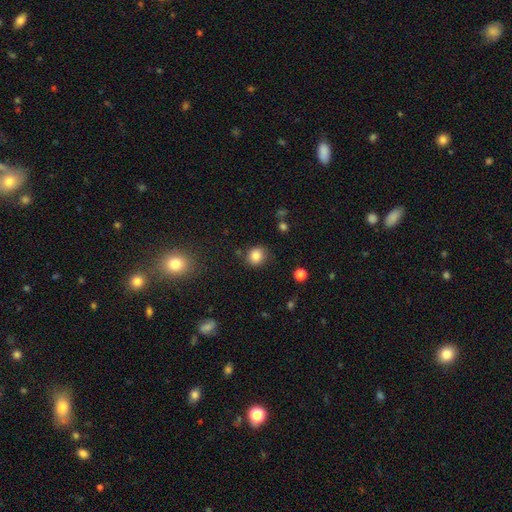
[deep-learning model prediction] Morphology: type=smooth (83%); roundness=round (84%); merging=none (84%).